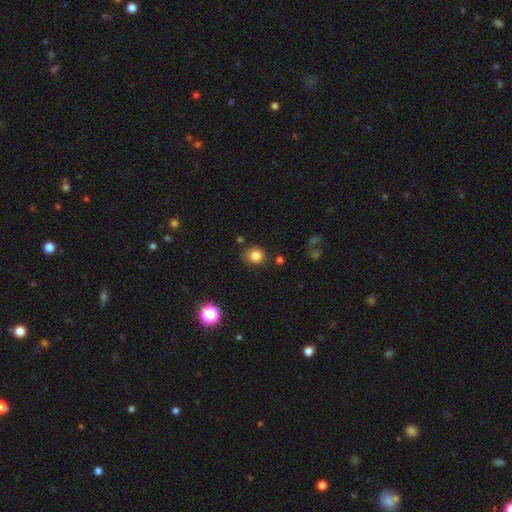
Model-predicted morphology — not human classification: type=smooth (83%); roundness=round (77%); merging=none (76%).